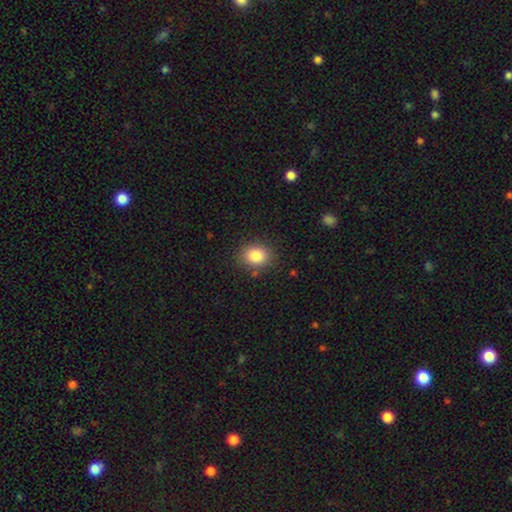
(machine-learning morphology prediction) A smooth galaxy with no disk features (85%) that is round (53%). Merging: none (85%).